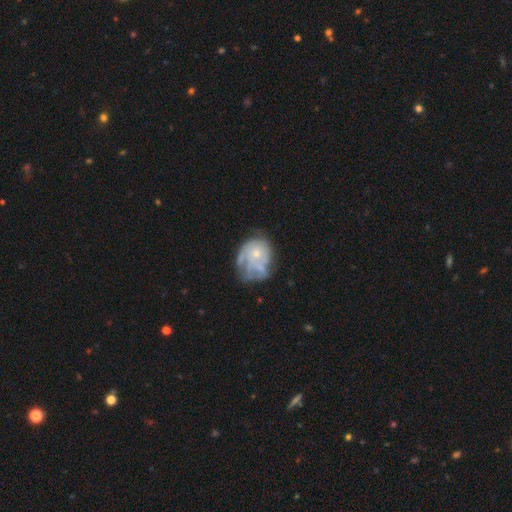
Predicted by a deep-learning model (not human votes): featured or disk 63%, smooth 29%, star or artifact 8%. Down the decision tree: edge-on disk — no (98%); bar — no (86%); spiral arms — yes (53%); bulge size — small (58%); merging — none (38%).